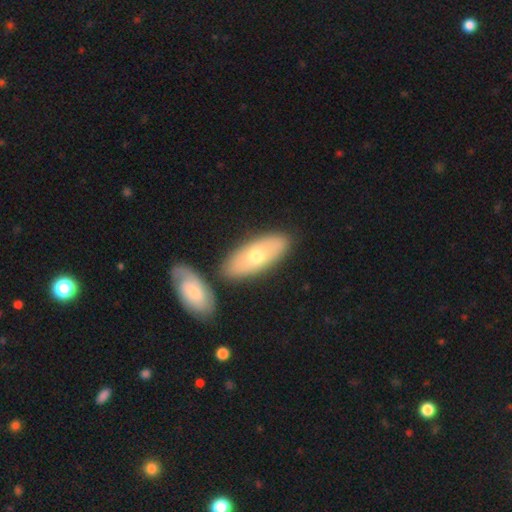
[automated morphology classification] A smooth galaxy with no disk features (56%) that is in between round and cigar-shaped (82%). Merging: none (74%).